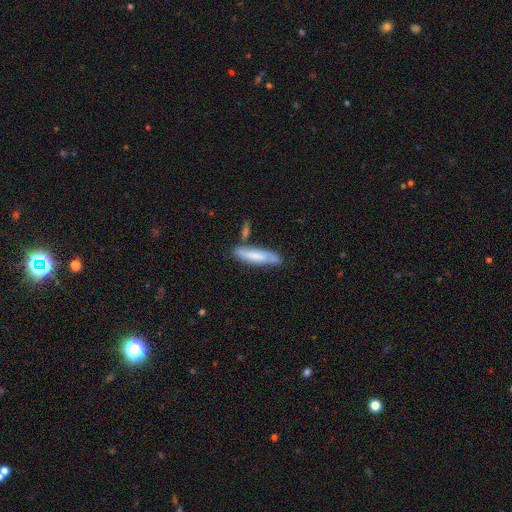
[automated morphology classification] Smooth or featured? Predicted: smooth (p=0.70). How rounded? Predicted: cigar-shaped (p=0.79). Merging? Predicted: none (p=0.64).